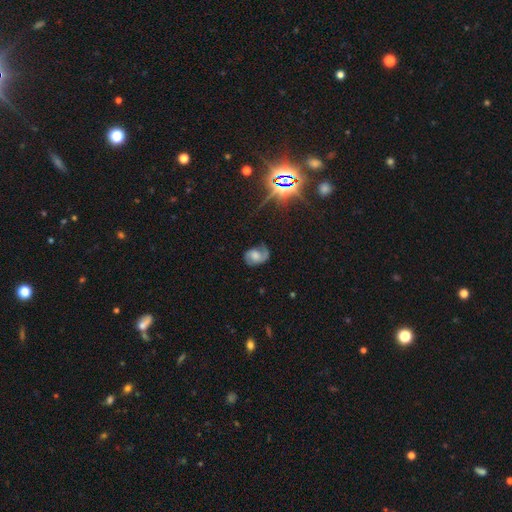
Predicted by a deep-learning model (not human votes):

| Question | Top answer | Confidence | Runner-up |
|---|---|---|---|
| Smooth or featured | featured or disk | 66% | smooth (25%) |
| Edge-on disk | no | 97% | yes (3%) |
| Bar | no | 62% | weak (31%) |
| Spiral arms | yes | 92% | no (8%) |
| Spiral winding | medium | 47% | tight (29%) |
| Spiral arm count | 2 | 75% | 1 (15%) |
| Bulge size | moderate | 39% | large (23%) |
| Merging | none | 65% | minor disturbance (23%) |